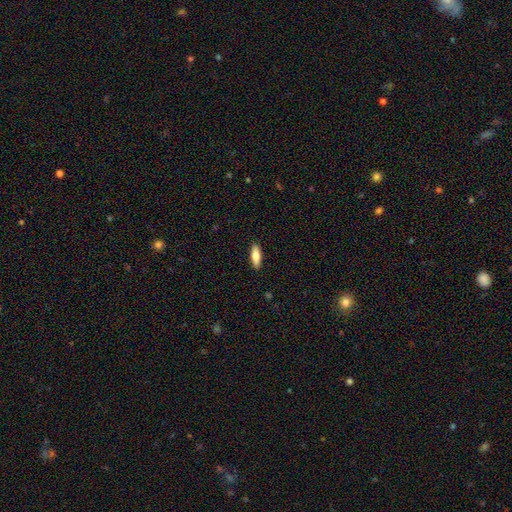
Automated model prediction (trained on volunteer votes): smooth_or_featured: smooth (p=0.77) [alt: featured or disk p=0.17]
how_rounded: in between (p=0.57) [alt: cigar-shaped p=0.41]
merging: none (p=0.90) [alt: minor disturbance p=0.07]